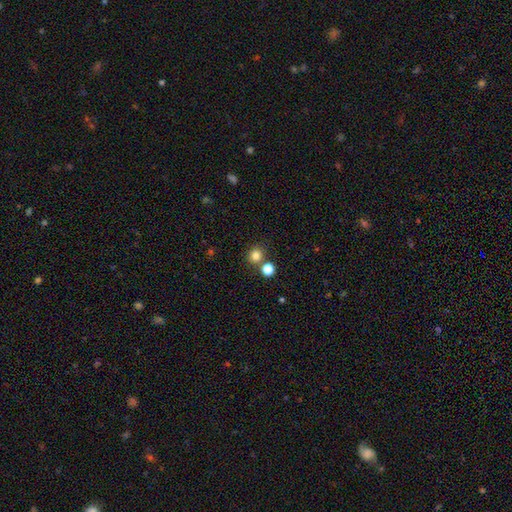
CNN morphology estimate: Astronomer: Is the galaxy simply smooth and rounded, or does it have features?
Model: smooth — 81%.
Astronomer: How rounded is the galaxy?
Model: round — 89%.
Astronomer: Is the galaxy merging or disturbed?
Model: none — 74%.